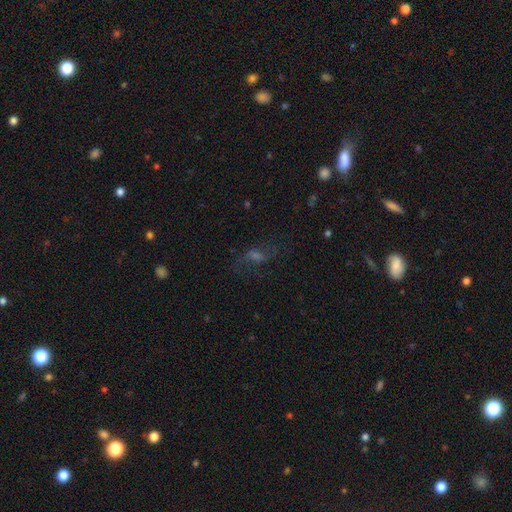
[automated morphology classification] type=featured or disk (38%); merging=none (64%).